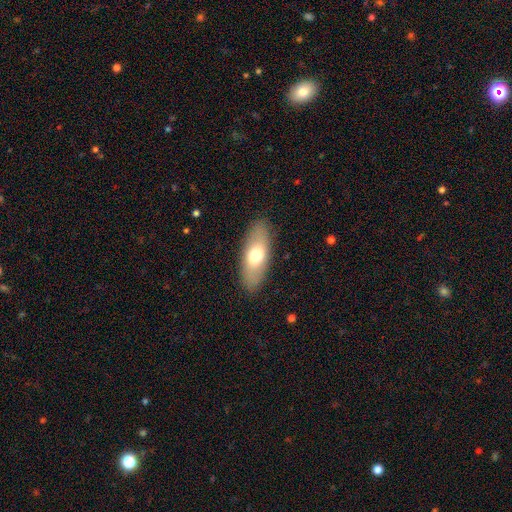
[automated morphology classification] Q: Smooth or featured?
A: smooth (67%); runner-up: featured or disk (27%)
Q: How rounded?
A: in between (78%); runner-up: cigar-shaped (18%)
Q: Merging?
A: none (87%); runner-up: minor disturbance (9%)